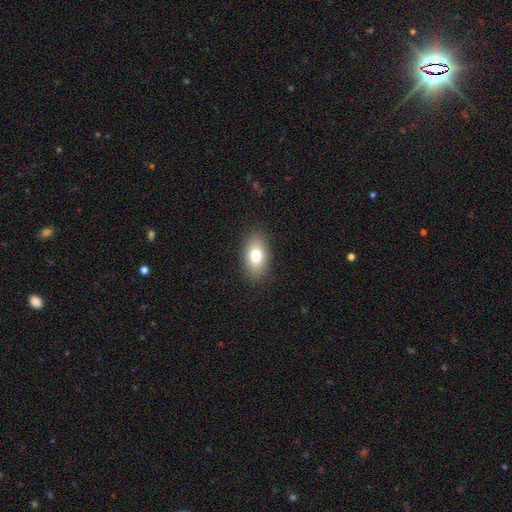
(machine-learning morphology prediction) Overall: smooth (75%). How rounded: in between (88%). Merging: none (88%).